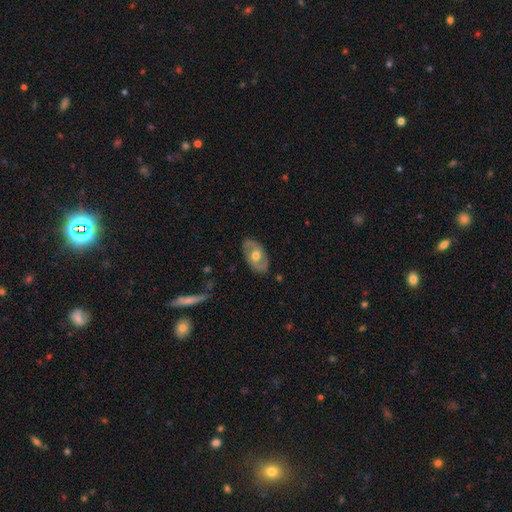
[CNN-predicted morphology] Overall: featured or disk (52%; smooth 43%). Edge-on disk: no (88%). Merging: none (83%).